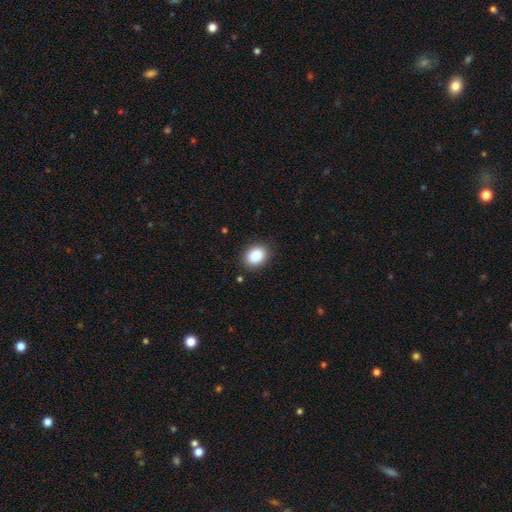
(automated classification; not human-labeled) Smooth or featured: smooth — 89% (star or artifact — 8%)
How rounded: in between — 60% (round — 39%)
Merging: none — 88% (minor disturbance — 8%)